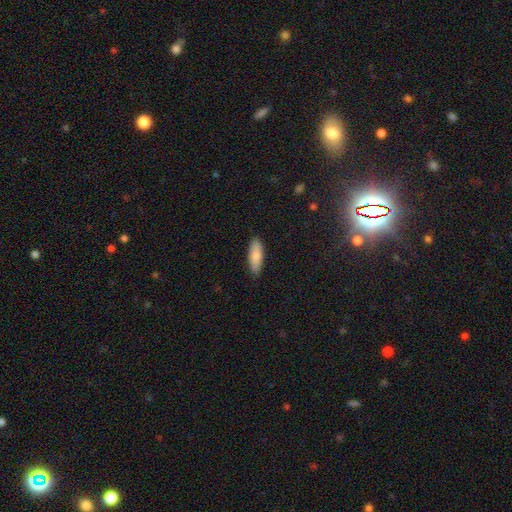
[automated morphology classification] smooth-or-featured: smooth: 84% | featured or disk: 10% | star or artifact: 6%
  how-rounded: in between: 60% | cigar-shaped: 39% | round: 2%
  merging: none: 87% | minor disturbance: 10% | major disturbance: 2% | merger: 1%